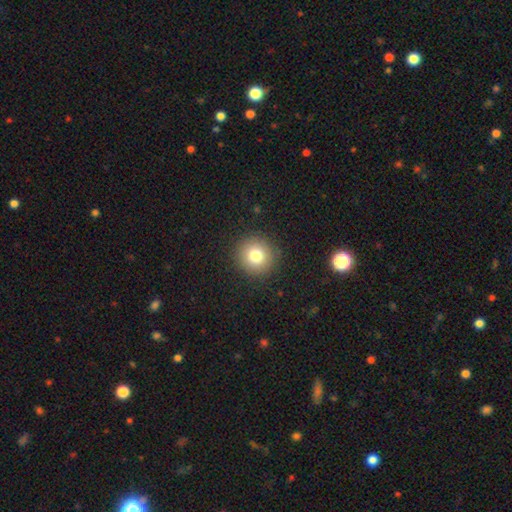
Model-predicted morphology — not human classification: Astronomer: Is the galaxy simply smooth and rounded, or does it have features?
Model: smooth — 79%.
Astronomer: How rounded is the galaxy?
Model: round — 93%.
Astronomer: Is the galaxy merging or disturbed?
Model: none — 91%.